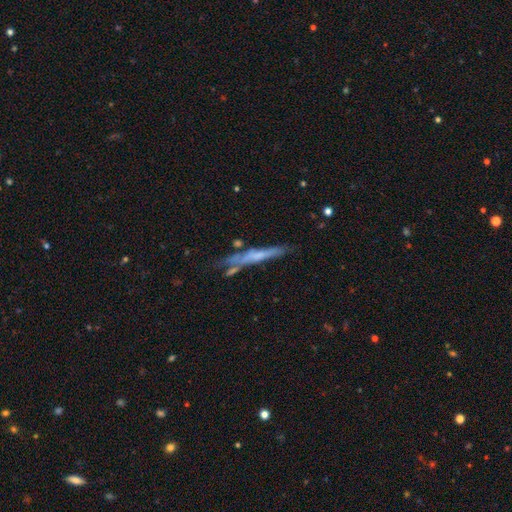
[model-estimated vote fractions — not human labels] A featured or disk galaxy (55%) viewed edge-on (87%). Merging: none (59%).